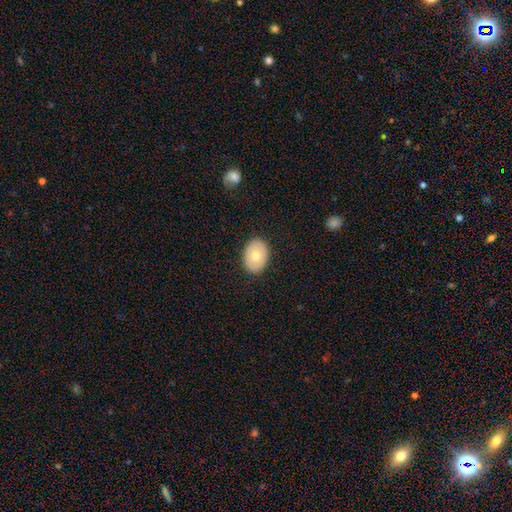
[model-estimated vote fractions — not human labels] smooth_or_featured: smooth (p=0.70) [alt: featured or disk p=0.24]
how_rounded: in between (p=0.74) [alt: round p=0.25]
merging: none (p=0.89) [alt: minor disturbance p=0.08]